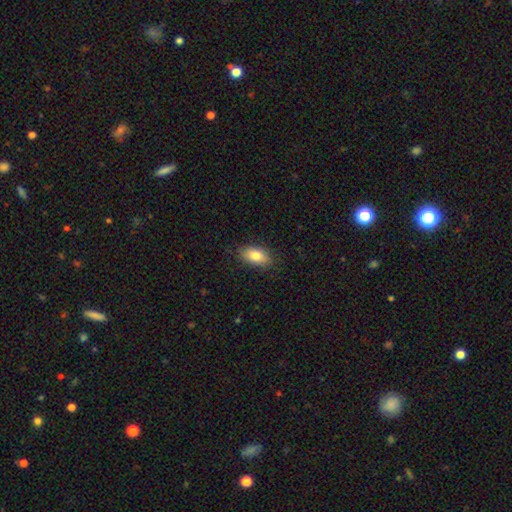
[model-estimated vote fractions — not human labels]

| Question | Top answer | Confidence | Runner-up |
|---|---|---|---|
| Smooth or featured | smooth | 81% | featured or disk (12%) |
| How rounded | in between | 90% | round (6%) |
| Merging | none | 84% | minor disturbance (12%) |